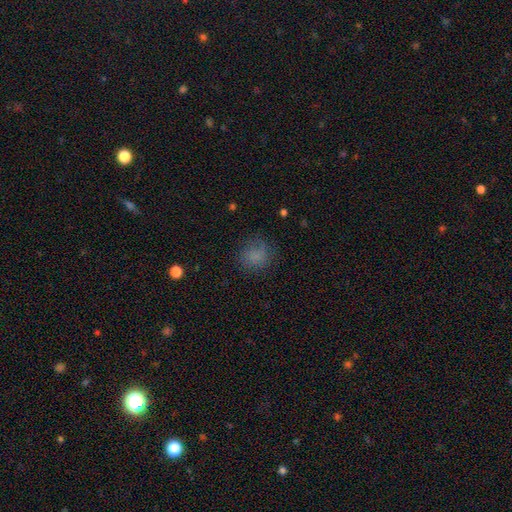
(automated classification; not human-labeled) Overall: smooth (75%). How rounded: round (79%). Merging: none (70%).